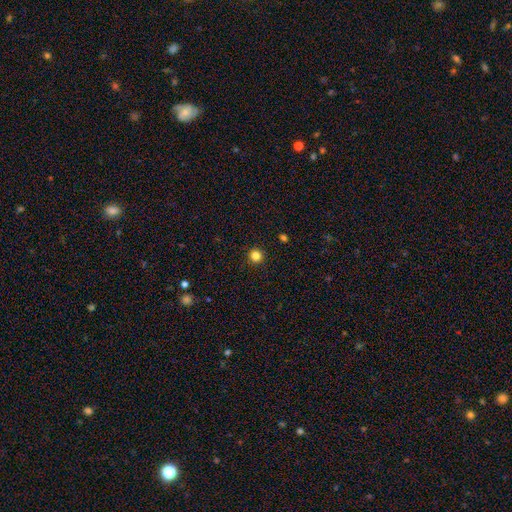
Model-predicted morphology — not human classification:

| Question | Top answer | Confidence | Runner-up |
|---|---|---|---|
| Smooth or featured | smooth | 84% | star or artifact (13%) |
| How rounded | round | 96% | in between (4%) |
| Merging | none | 93% | minor disturbance (5%) |